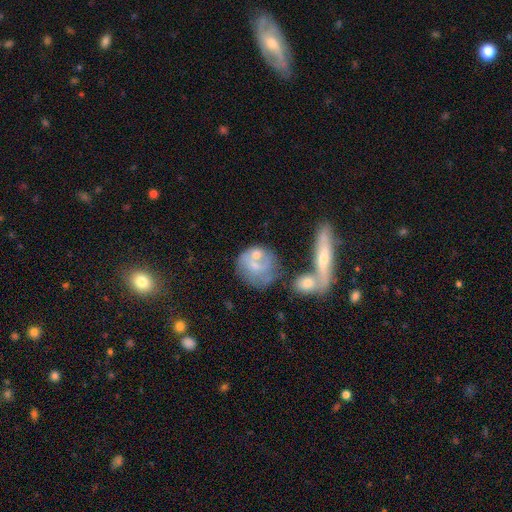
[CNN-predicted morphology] featured or disk 49%, smooth 41%, star or artifact 9%. Down the decision tree: merging — none (40%).